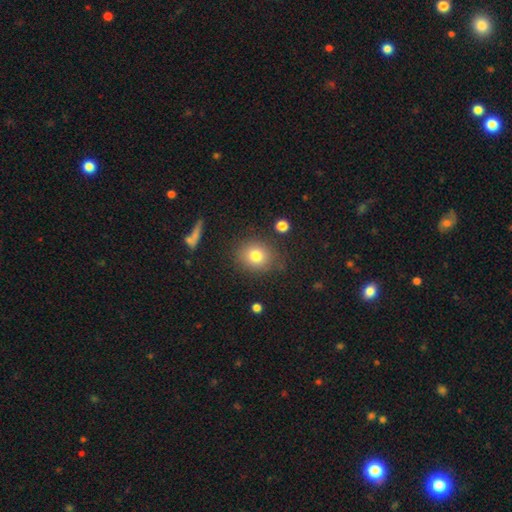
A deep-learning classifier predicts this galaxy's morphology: A smooth galaxy with no disk features (79%) that is round (74%). Merging: none (81%).